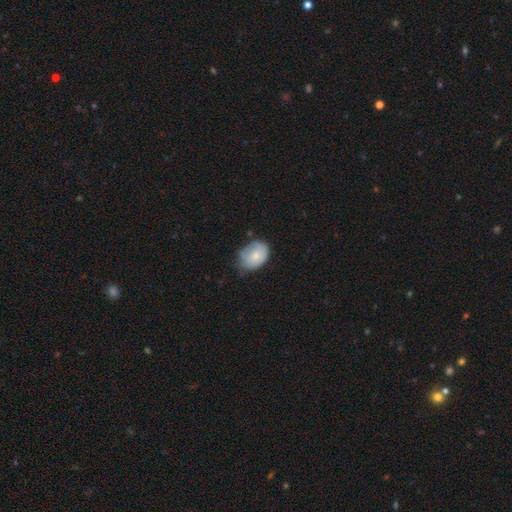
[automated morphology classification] Smooth or featured?
  - smooth: 77% *
  - featured or disk: 16%
  - star or artifact: 7%
How rounded?
  - in between: 73% *
  - round: 26%
  - cigar-shaped: 1%
Merging?
  - none: 50% *
  - minor disturbance: 40%
  - major disturbance: 9%
  - merger: 2%